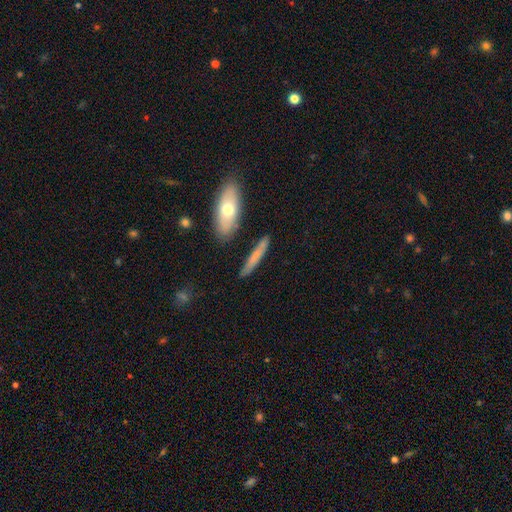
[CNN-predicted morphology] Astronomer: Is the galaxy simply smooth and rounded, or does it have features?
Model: smooth — 63%.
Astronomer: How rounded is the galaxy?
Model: cigar-shaped — 89%.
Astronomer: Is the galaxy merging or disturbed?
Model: none — 85%.